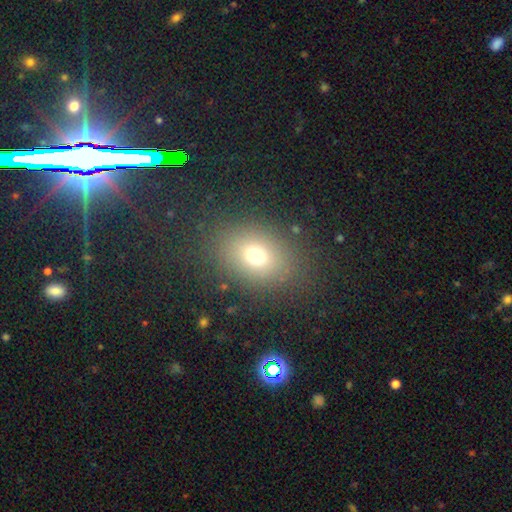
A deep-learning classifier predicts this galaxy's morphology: smooth-or-featured: smooth: 71% | star or artifact: 17% | featured or disk: 12%
  how-rounded: in between: 59% | round: 40% | cigar-shaped: 1%
  merging: none: 82% | minor disturbance: 10% | major disturbance: 6% | merger: 2%